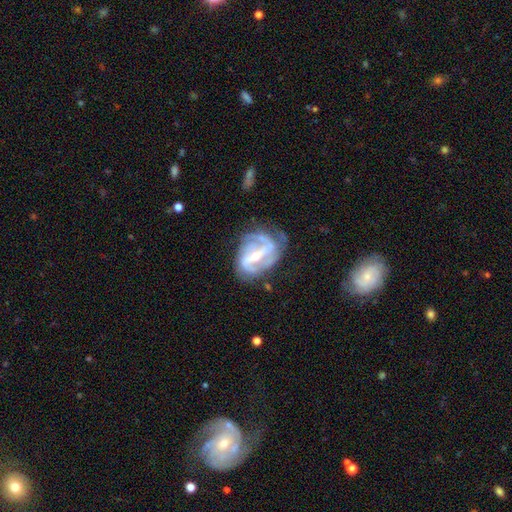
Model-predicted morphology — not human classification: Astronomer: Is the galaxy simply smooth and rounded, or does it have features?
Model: featured or disk — 89%.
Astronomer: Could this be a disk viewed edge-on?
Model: no — 97%.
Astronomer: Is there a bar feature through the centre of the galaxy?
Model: strong — 61%.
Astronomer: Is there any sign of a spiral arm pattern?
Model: yes — 94%.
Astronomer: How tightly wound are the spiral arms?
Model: medium — 43% (runner-up: tight, 35%).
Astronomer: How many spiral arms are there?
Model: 2 — 50%.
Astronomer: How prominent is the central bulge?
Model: small — 50% (runner-up: moderate, 47%).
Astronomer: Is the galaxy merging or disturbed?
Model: none — 61%.